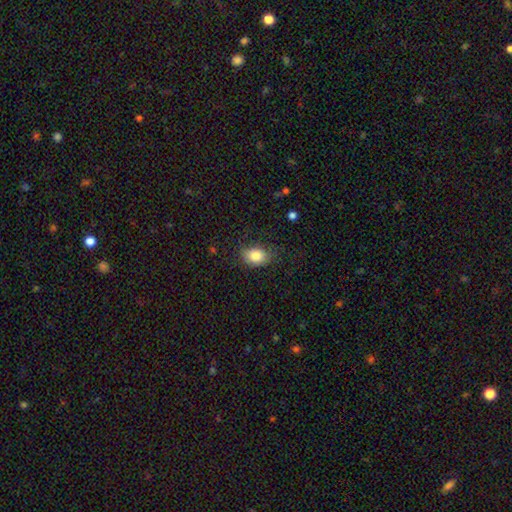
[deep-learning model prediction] smooth_or_featured: smooth (p=0.84) [alt: star or artifact p=0.09]
how_rounded: in between (p=0.71) [alt: round p=0.28]
merging: none (p=0.69) [alt: minor disturbance p=0.23]